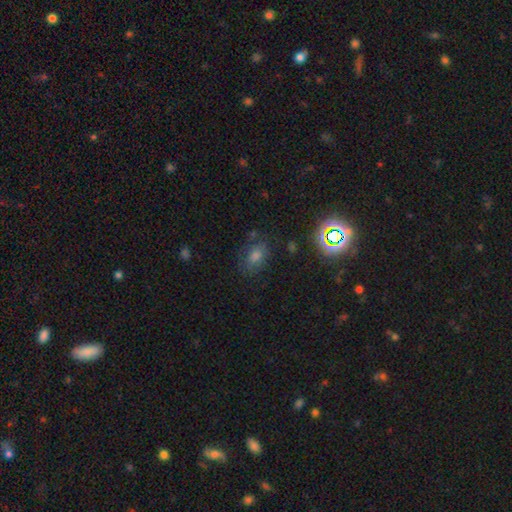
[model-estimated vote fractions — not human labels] This appears to be a smooth galaxy with no disk features (54%) that is in between round and cigar-shaped (73%). Merging: none (76%).